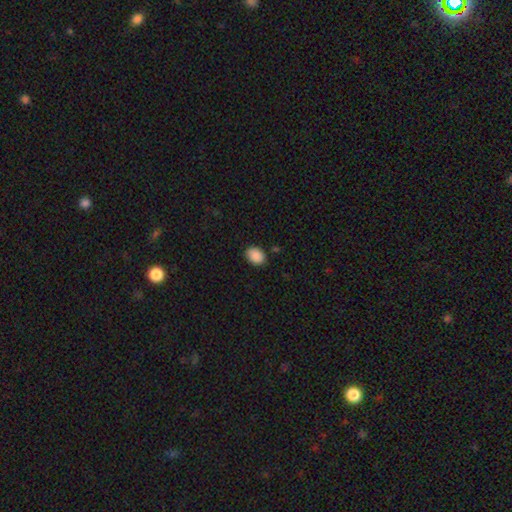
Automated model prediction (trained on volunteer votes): smooth 90%, star or artifact 7%, featured or disk 3%. Down the decision tree: how rounded — in between (71%); merging — none (87%).